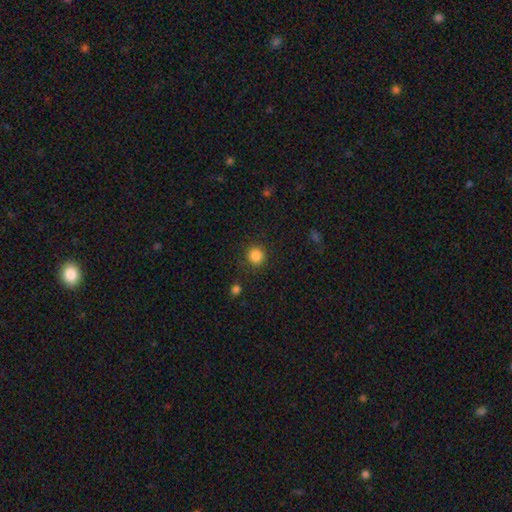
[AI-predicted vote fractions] The model was most divided on "smooth or featured": smooth: 85%, star or artifact: 11%, featured or disk: 4%. More confident: how rounded — round (93%); merging — none (89%).